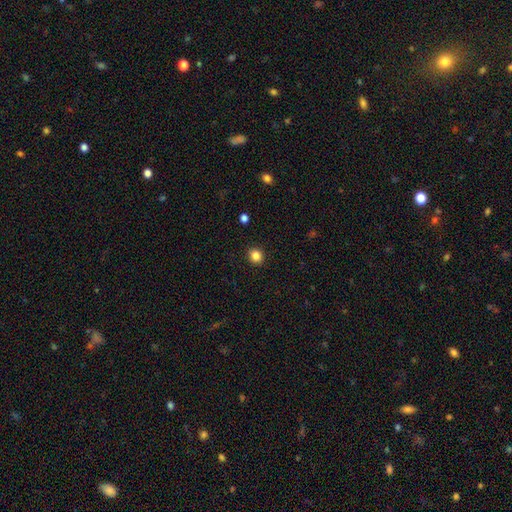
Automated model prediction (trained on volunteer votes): smooth 85%, star or artifact 11%, featured or disk 4%. Down the decision tree: how rounded — round (80%); merging — none (92%).